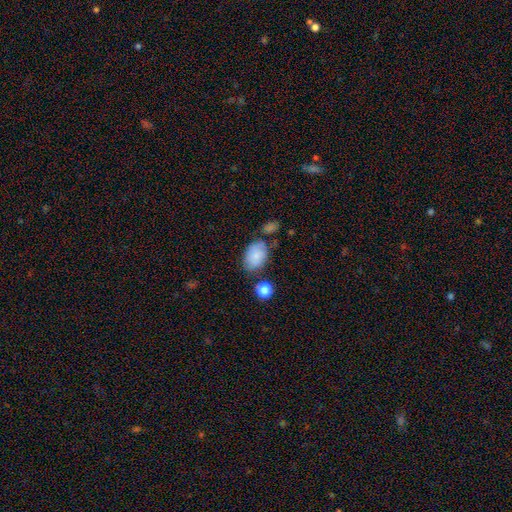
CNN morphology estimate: Overall: smooth (82%). How rounded: in between (85%). Merging: none (63%).